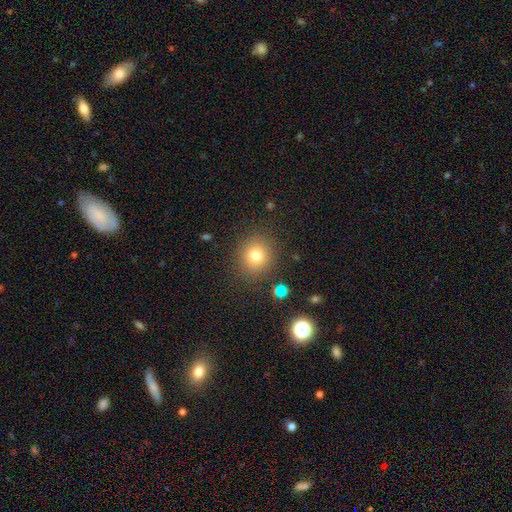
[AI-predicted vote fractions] Smooth or featured?
  - smooth: 77% *
  - star or artifact: 15%
  - featured or disk: 9%
How rounded?
  - round: 84% *
  - in between: 15%
  - cigar-shaped: 1%
Merging?
  - none: 86% *
  - minor disturbance: 8%
  - major disturbance: 3%
  - merger: 2%